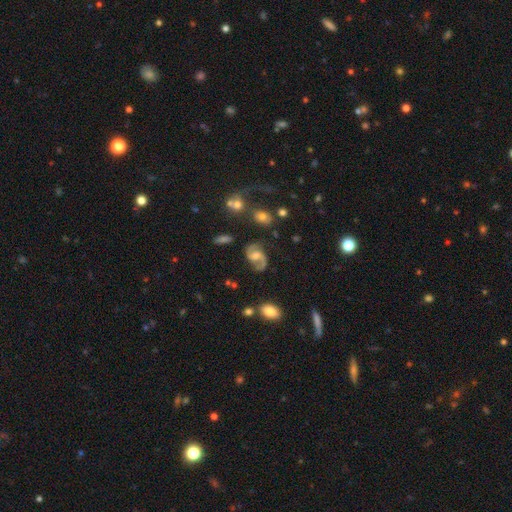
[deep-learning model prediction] Smooth or featured: featured or disk — 85% (smooth — 9%)
Edge-on disk: no — 98% (yes — 2%)
Bar: weak — 46% (no — 43%)
Spiral arms: yes — 96% (no — 4%)
Spiral winding: medium — 52% (loose — 36%)
Spiral arm count: 2 — 92% (can't tell — 3%)
Bulge size: moderate — 54% (small — 26%)
Merging: none — 74% (minor disturbance — 16%)